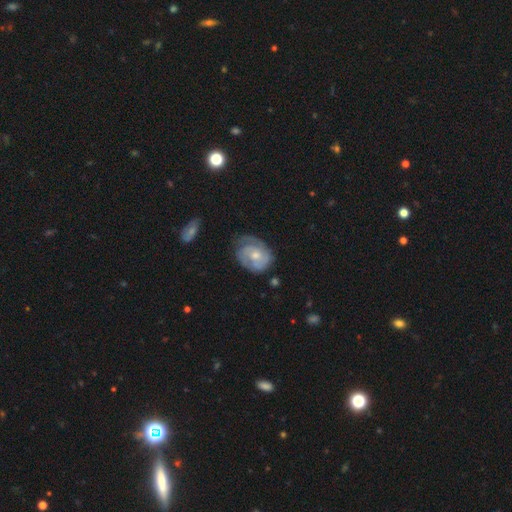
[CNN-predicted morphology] smooth-or-featured: featured or disk: 70% | smooth: 25% | star or artifact: 5%
  disk-edge-on: no: 97% | yes: 3%
    bar: no: 71% | weak: 26% | strong: 3%
    has-spiral-arms: yes: 87% | no: 13%
      spiral-winding: tight: 57% | medium: 33% | loose: 11%
      spiral-arm-count: 2: 39% | can't tell: 32% | 3: 15% | 1: 8% | 4: 3% | more than 4: 3%
    bulge-size: moderate: 49% | small: 45% | large: 2% | none: 2% | dominant: 1%
  merging: none: 57% | minor disturbance: 29% | major disturbance: 12% | merger: 2%